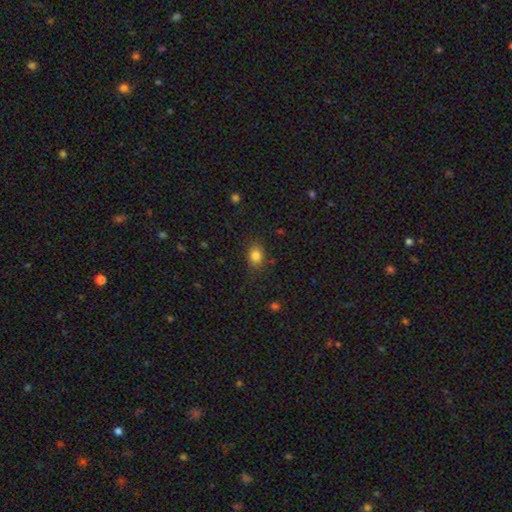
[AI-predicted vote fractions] Smooth or featured?
  - smooth: 83% *
  - star or artifact: 11%
  - featured or disk: 6%
How rounded?
  - in between: 62% *
  - round: 37%
  - cigar-shaped: 1%
Merging?
  - none: 81% *
  - minor disturbance: 13%
  - major disturbance: 4%
  - merger: 2%